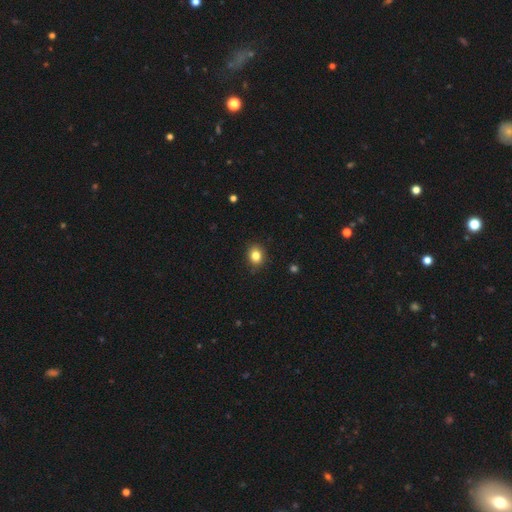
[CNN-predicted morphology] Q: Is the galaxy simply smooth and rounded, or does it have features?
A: smooth — 83%.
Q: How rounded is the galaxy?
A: round — 58%.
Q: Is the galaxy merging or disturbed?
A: none — 87%.